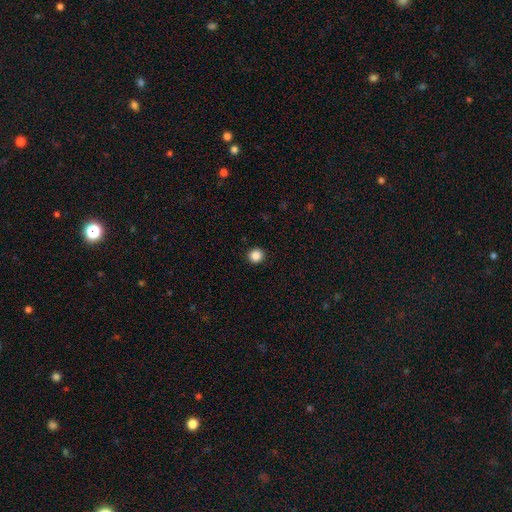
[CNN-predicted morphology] smooth_or_featured: smooth (p=0.87) [alt: star or artifact p=0.10]
how_rounded: round (p=0.94) [alt: in between p=0.05]
merging: none (p=0.94) [alt: minor disturbance p=0.04]